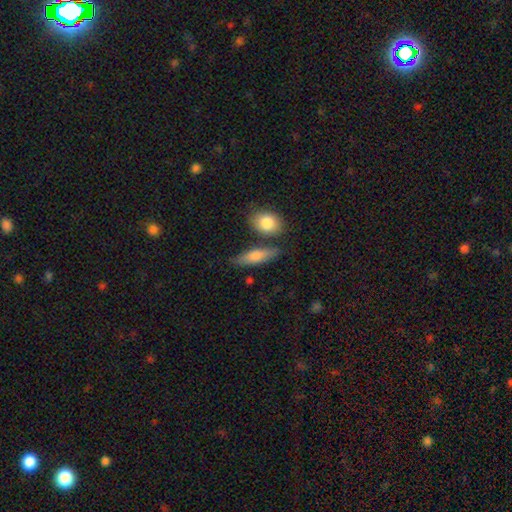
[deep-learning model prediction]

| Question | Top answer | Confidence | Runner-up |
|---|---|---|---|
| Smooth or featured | smooth | 73% | featured or disk (21%) |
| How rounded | in between | 50% | cigar-shaped (44%) |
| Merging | none | 71% | minor disturbance (13%) |